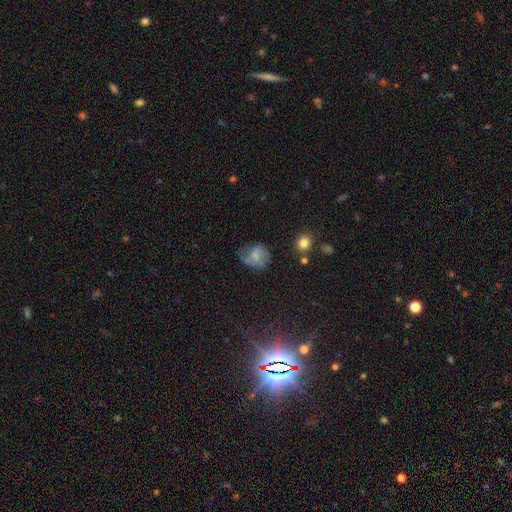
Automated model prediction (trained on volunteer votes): smooth 54%, featured or disk 34%, star or artifact 11%. Down the decision tree: how rounded — round (62%); merging — none (43%).